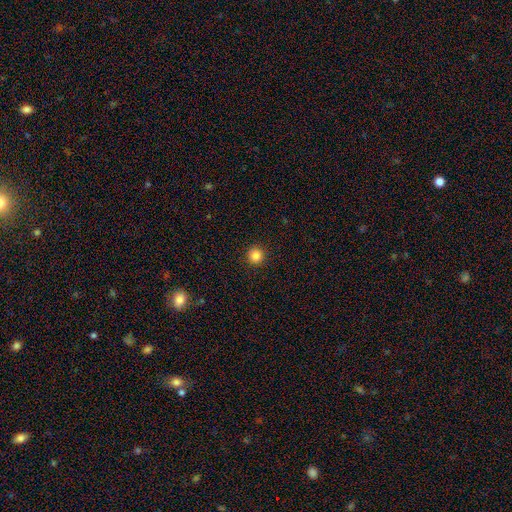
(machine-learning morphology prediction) smooth_or_featured: smooth (p=0.85) [alt: star or artifact p=0.11]
how_rounded: round (p=0.96) [alt: in between p=0.03]
merging: none (p=0.93) [alt: minor disturbance p=0.04]